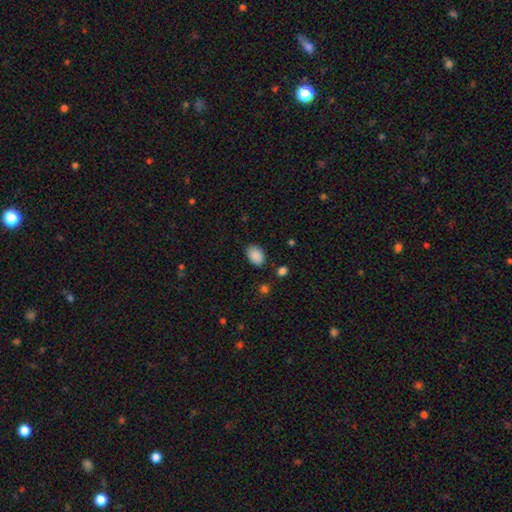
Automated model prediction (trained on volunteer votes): The model was most divided on "how rounded": in between: 82%, round: 17%, cigar-shaped: 1%. More confident: smooth or featured — smooth (89%); merging — none (83%).